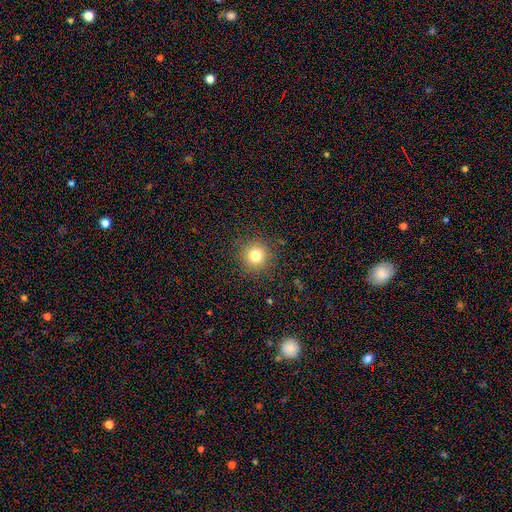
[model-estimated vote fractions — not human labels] A smooth galaxy with no disk features (79%) that is round (94%). Merging: none (89%).